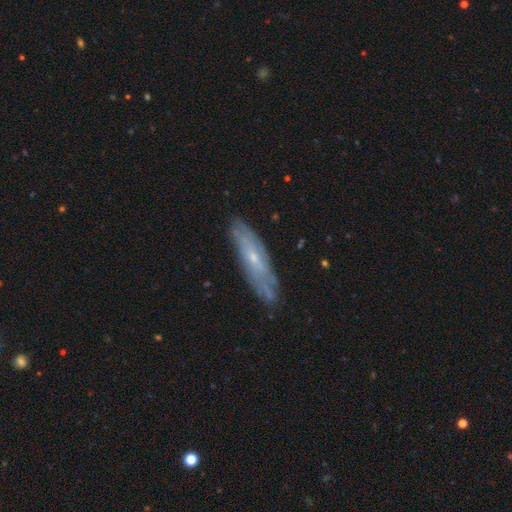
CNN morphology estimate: Smooth or featured: featured or disk — 58% (smooth — 32%)
Edge-on disk: no — 52% (yes — 48%)
Merging: none — 83% (minor disturbance — 13%)